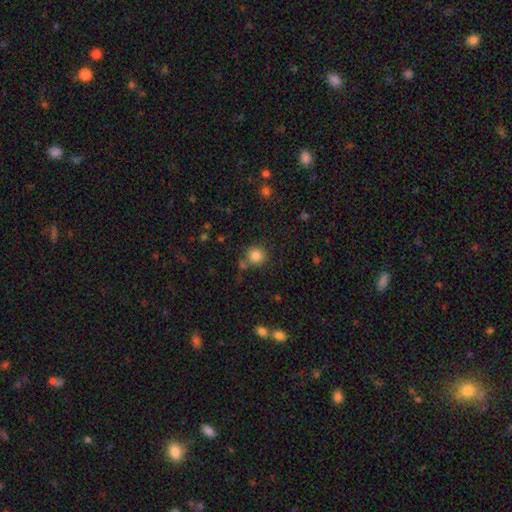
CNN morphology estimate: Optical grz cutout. It shows a smooth galaxy with no disk features (84%) that is round (91%). Merging: none (75%).